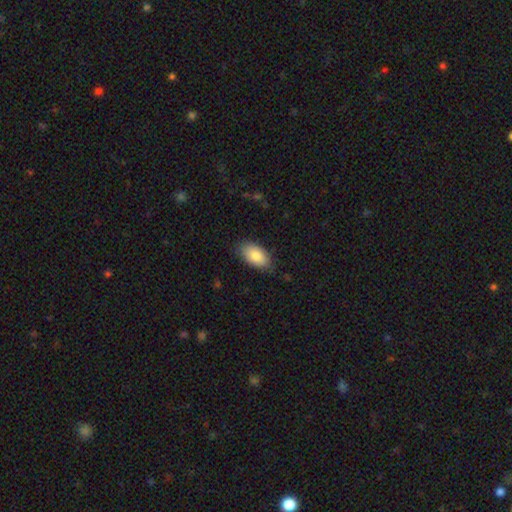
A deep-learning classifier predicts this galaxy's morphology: Smooth or featured: smooth — 83% (featured or disk — 10%)
How rounded: in between — 94% (round — 4%)
Merging: none — 81% (minor disturbance — 15%)